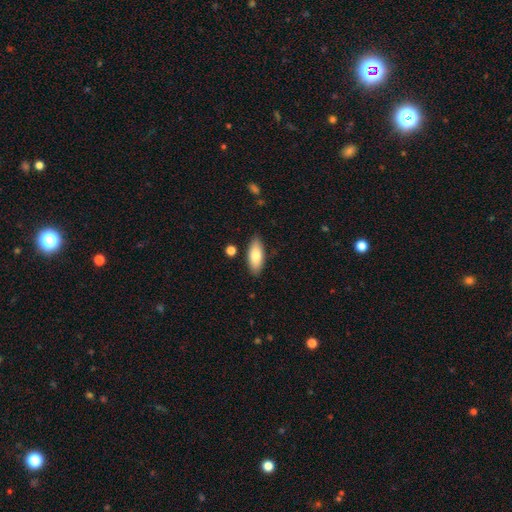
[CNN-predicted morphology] A smooth galaxy with no disk features (82%) that is in between round and cigar-shaped (79%).

Vote fractions:
- Smooth or featured? smooth: 82% / featured or disk: 12% / star or artifact: 6%
- How rounded? in between: 79% / cigar-shaped: 19% / round: 2%
- Merging? none: 85% / minor disturbance: 10% / merger: 2% / major disturbance: 2%